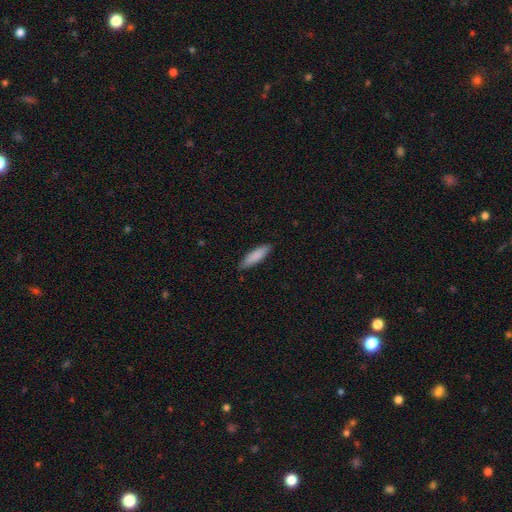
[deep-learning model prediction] smooth_or_featured: smooth (p=0.86) [alt: featured or disk p=0.08]
how_rounded: cigar-shaped (p=0.62) [alt: in between p=0.37]
merging: none (p=0.85) [alt: minor disturbance p=0.12]